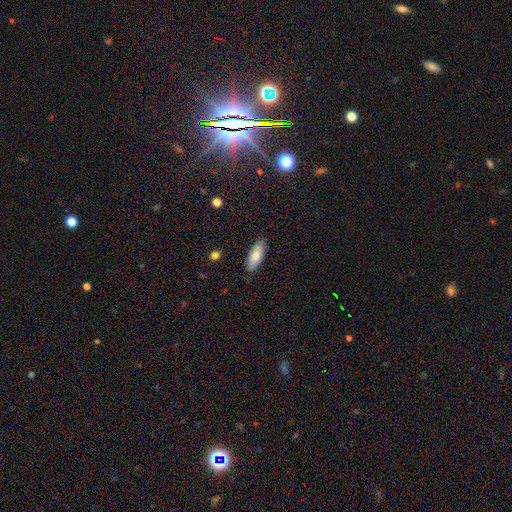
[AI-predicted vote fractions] Q: Smooth or featured?
A: smooth (82%); runner-up: featured or disk (13%)
Q: How rounded?
A: in between (63%); runner-up: cigar-shaped (35%)
Q: Merging?
A: none (87%); runner-up: minor disturbance (10%)